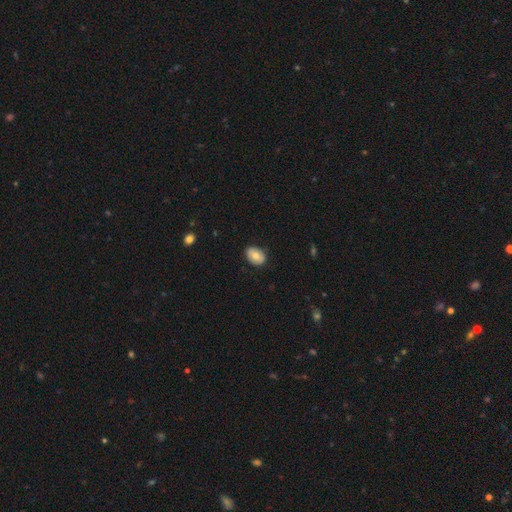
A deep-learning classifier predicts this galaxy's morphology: The model was most divided on "smooth or featured": smooth: 72%, featured or disk: 21%, star or artifact: 7%. More confident: merging — none (84%); how rounded — in between (79%).